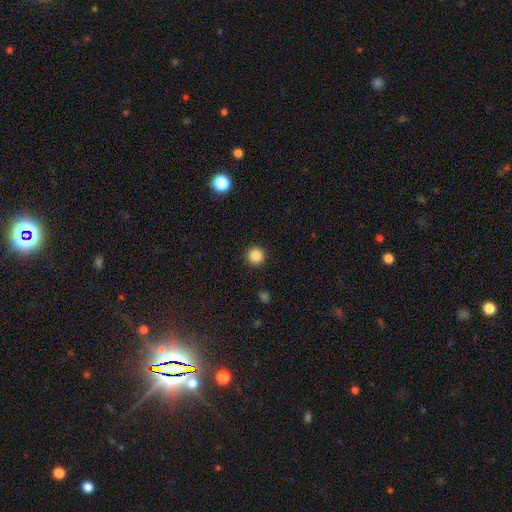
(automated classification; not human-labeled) Morphology: type=smooth (86%); roundness=round (96%); merging=none (92%).